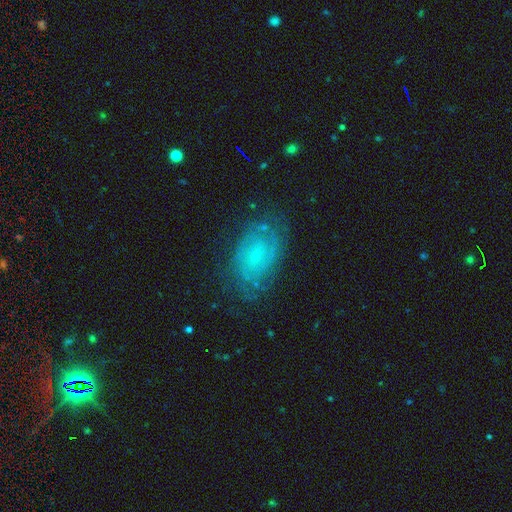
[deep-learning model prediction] This appears to be a featured or disk galaxy (63%) with no bar (60%), tight (56%) spiral arms (85%) and a small central bulge (62%). Merging: none (72%).